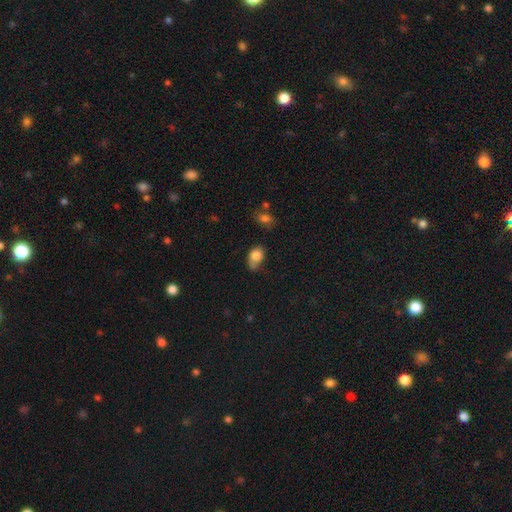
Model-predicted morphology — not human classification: Smooth or featured? Predicted: smooth (p=0.79). How rounded? Predicted: in between (p=0.61). Merging? Predicted: none (p=0.37).